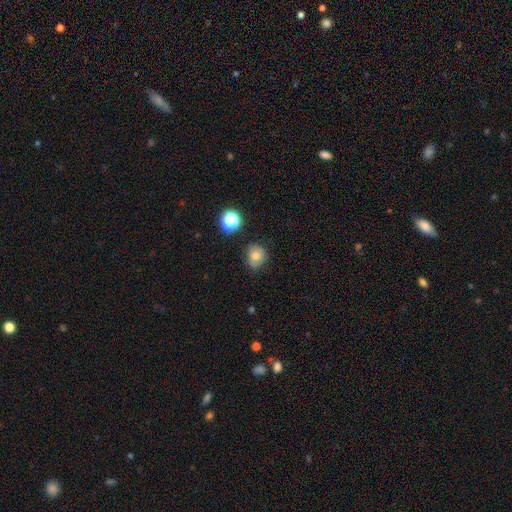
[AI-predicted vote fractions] Morphology: type=smooth (72%); roundness=round (74%); merging=none (70%).